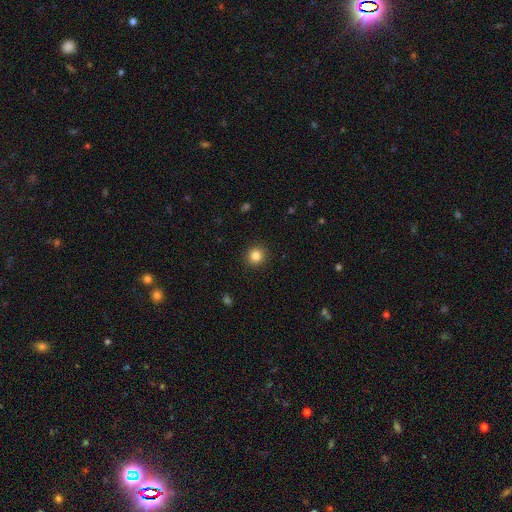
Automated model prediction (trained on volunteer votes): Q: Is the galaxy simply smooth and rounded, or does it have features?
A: smooth — 84%.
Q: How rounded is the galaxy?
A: round — 92%.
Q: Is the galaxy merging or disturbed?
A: none — 92%.